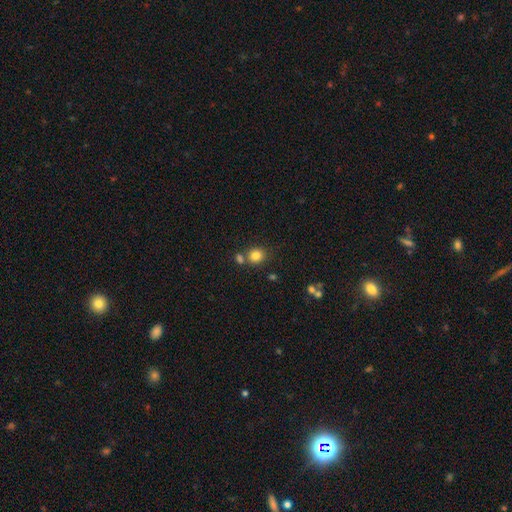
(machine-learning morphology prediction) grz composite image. It shows a smooth galaxy with no disk features (82%) that is round (78%). Merging: none (66%).